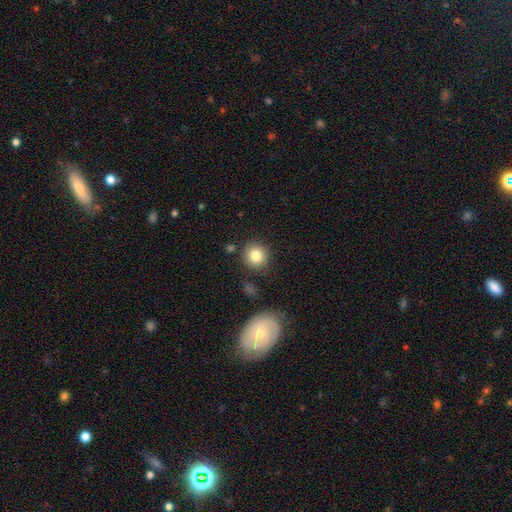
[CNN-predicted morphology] Q: Smooth or featured?
A: smooth (82%); runner-up: star or artifact (9%)
Q: How rounded?
A: round (89%); runner-up: in between (10%)
Q: Merging?
A: none (84%); runner-up: minor disturbance (9%)